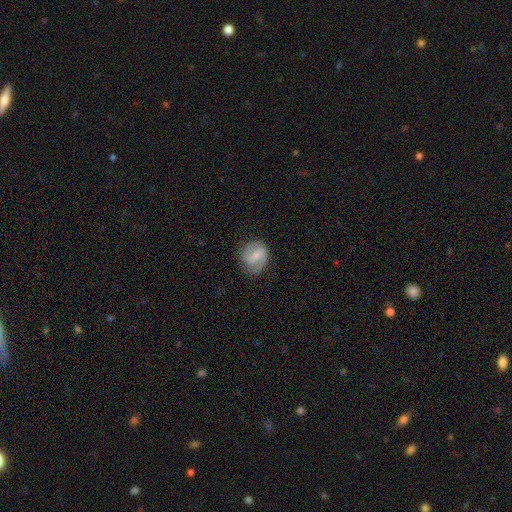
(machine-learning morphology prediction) smooth-or-featured: featured or disk: 73% | smooth: 21% | star or artifact: 5%
  disk-edge-on: no: 98% | yes: 2%
    bar: weak: 54% | strong: 28% | no: 17%
    has-spiral-arms: yes: 92% | no: 8%
      spiral-winding: medium: 49% | tight: 26% | loose: 25%
      spiral-arm-count: 2: 81% | 1: 9% | can't tell: 6% | 3: 1% | 4: 1% | more than 4: 1%
    bulge-size: small: 54% | moderate: 32% | none: 11% | large: 2% | dominant: 1%
  merging: none: 74% | minor disturbance: 18% | major disturbance: 7% | merger: 1%